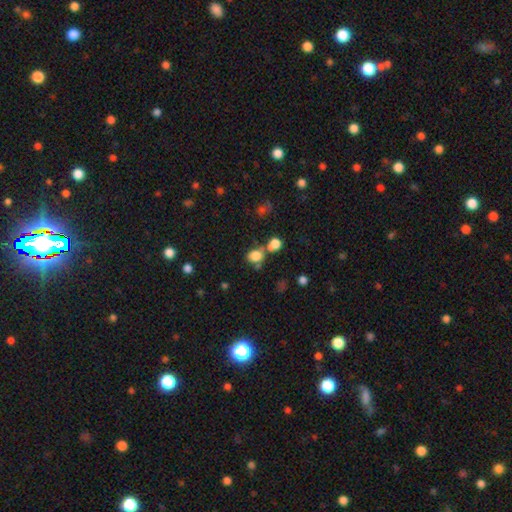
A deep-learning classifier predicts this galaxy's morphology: Smooth or featured? Predicted: smooth (p=0.79). How rounded? Predicted: round (p=0.57). Merging? Predicted: none (p=0.46).